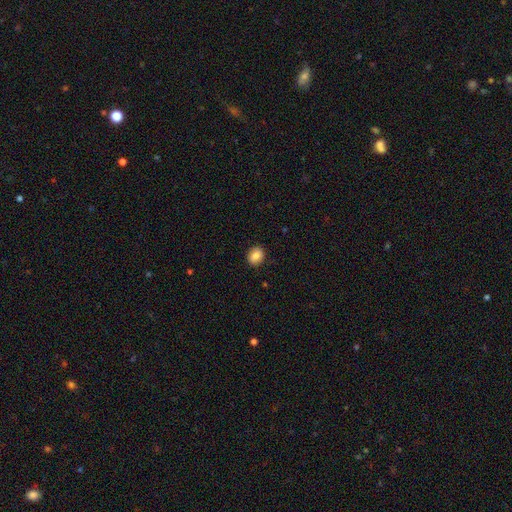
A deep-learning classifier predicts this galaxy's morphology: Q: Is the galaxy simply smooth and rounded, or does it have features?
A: smooth — 86%.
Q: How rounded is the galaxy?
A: round — 52%.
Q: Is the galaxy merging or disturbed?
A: none — 90%.